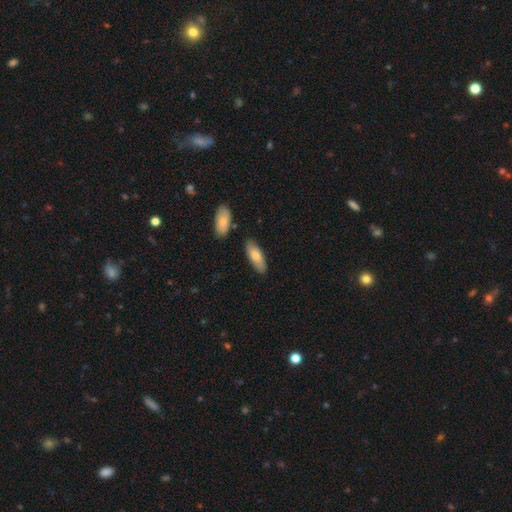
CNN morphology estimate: Q: Smooth or featured?
A: smooth (78%); runner-up: featured or disk (17%)
Q: How rounded?
A: in between (69%); runner-up: cigar-shaped (29%)
Q: Merging?
A: none (80%); runner-up: minor disturbance (13%)